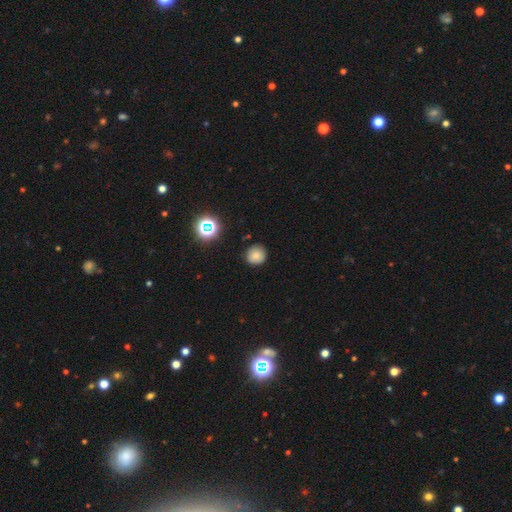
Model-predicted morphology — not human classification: smooth 78%, star or artifact 14%, featured or disk 7%. Down the decision tree: how rounded — round (93%); merging — none (87%).